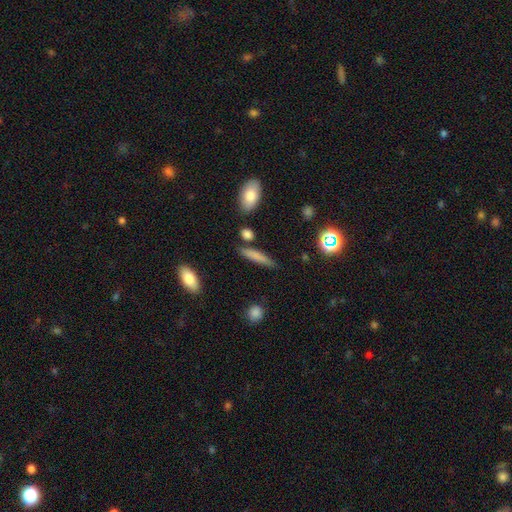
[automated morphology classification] Smooth or featured: smooth — 73% (featured or disk — 18%)
How rounded: cigar-shaped — 84% (in between — 13%)
Merging: none — 78% (minor disturbance — 13%)